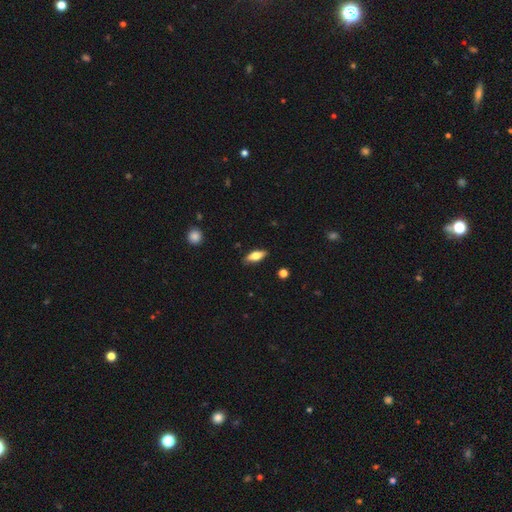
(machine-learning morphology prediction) This appears to be a smooth galaxy with no disk features (58%) that is in between round and cigar-shaped (66%). Merging: none (86%).